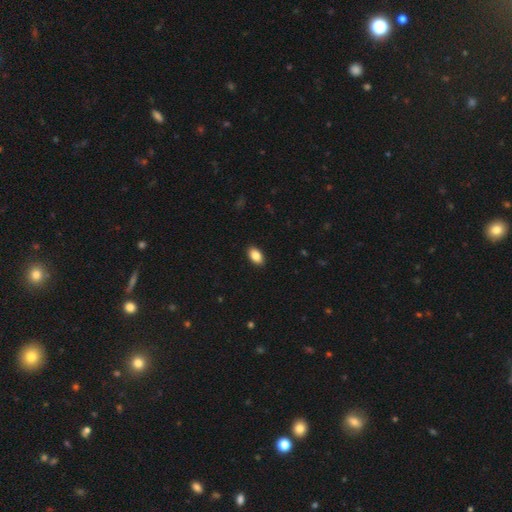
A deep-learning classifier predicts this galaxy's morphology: Smooth or featured: smooth — 86% (star or artifact — 7%)
How rounded: in between — 92% (round — 6%)
Merging: none — 90% (minor disturbance — 7%)